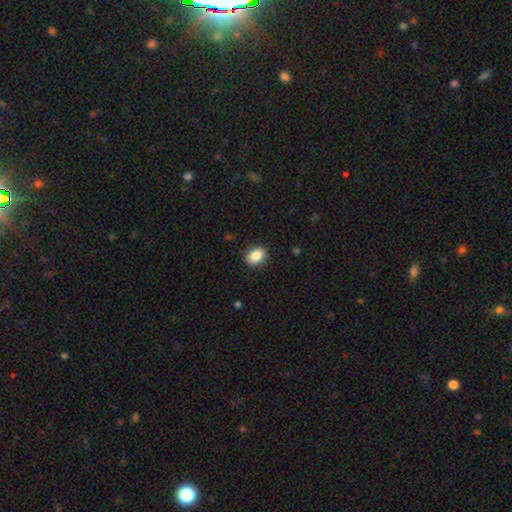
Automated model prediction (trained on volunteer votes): A smooth galaxy with no disk features (87%) that is in between round and cigar-shaped (68%). Merging: none (88%).